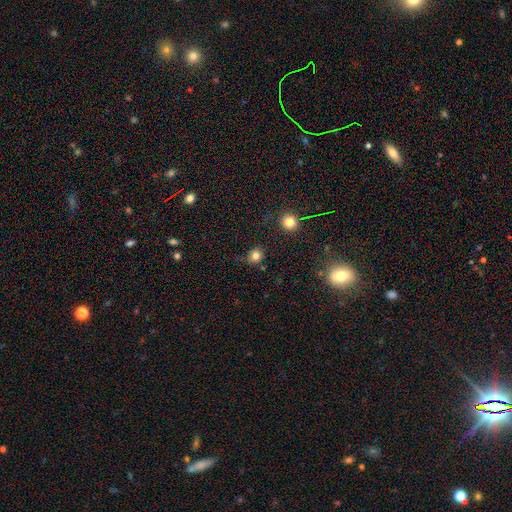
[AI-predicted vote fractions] Smooth or featured: smooth — 80% (star or artifact — 14%)
How rounded: round — 82% (in between — 17%)
Merging: none — 73% (minor disturbance — 18%)